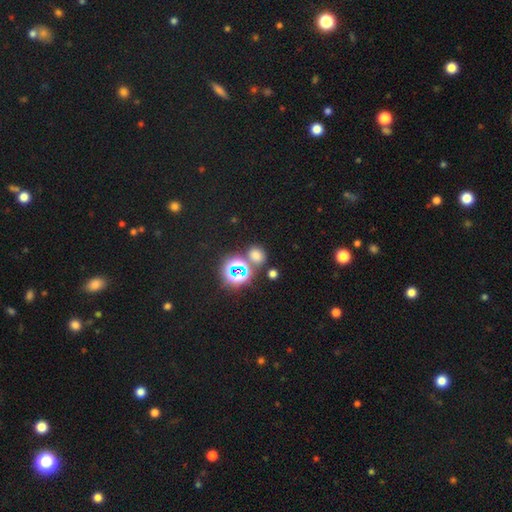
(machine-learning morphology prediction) Q: Smooth or featured?
A: smooth (59%); runner-up: star or artifact (34%)
Q: How rounded?
A: round (53%); runner-up: in between (45%)
Q: Merging?
A: none (70%); runner-up: merger (15%)